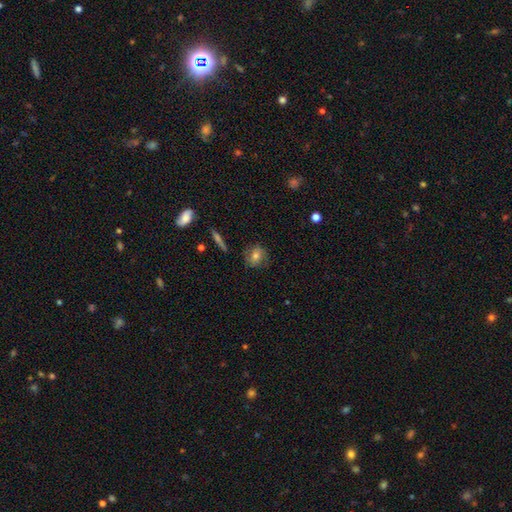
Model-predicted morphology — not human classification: A smooth galaxy with no disk features (59%) that is round (72%).

Vote fractions:
- Smooth or featured? smooth: 59% / featured or disk: 32% / star or artifact: 10%
- How rounded? round: 72% / in between: 25% / cigar-shaped: 2%
- Merging? none: 77% / minor disturbance: 17% / major disturbance: 5% / merger: 2%